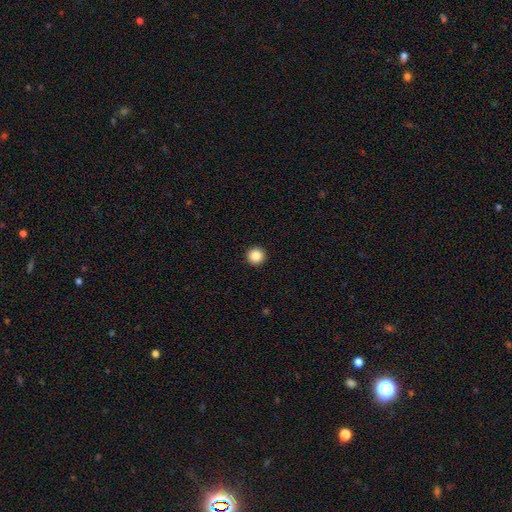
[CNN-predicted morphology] Overall: smooth (87%). How rounded: round (96%). Merging: none (94%).